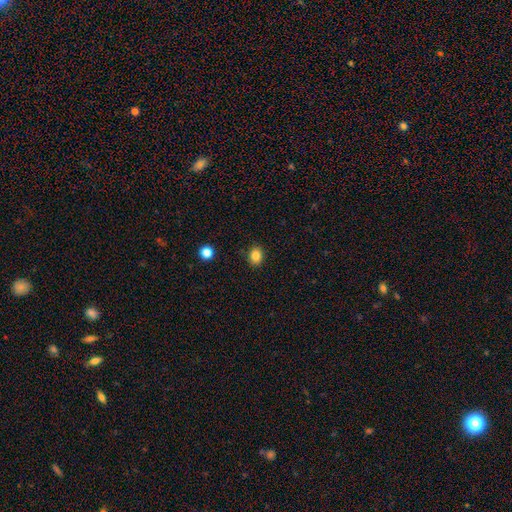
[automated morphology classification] smooth-or-featured: smooth: 85% | star or artifact: 11% | featured or disk: 5%
  how-rounded: in between: 51% | round: 48% | cigar-shaped: 1%
  merging: none: 88% | minor disturbance: 8% | major disturbance: 2% | merger: 1%